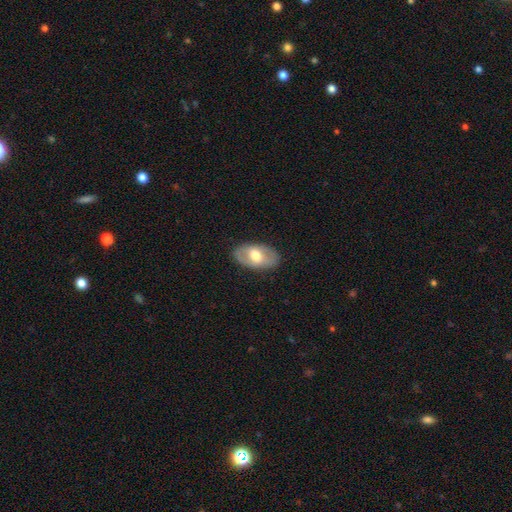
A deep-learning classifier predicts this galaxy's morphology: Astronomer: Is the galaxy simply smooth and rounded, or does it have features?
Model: featured or disk — 50% (runner-up: smooth, 44%).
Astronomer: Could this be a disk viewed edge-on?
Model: no — 90%.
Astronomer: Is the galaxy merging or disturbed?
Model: none — 84%.